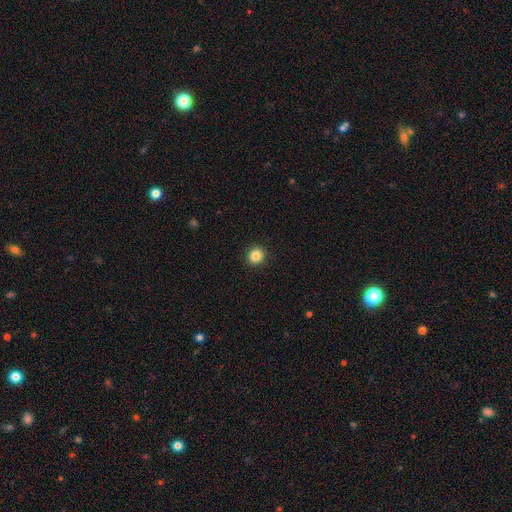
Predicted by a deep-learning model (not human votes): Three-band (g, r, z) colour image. It shows a smooth galaxy with no disk features (85%) that is round (92%). Merging: none (93%).